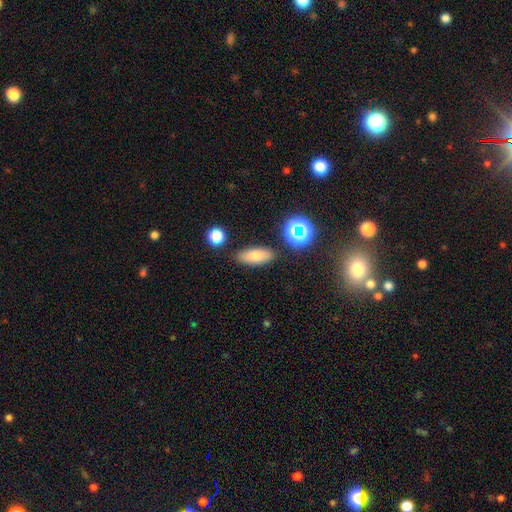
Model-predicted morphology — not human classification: Overall: smooth (78%). How rounded: in between (74%). Merging: none (83%).